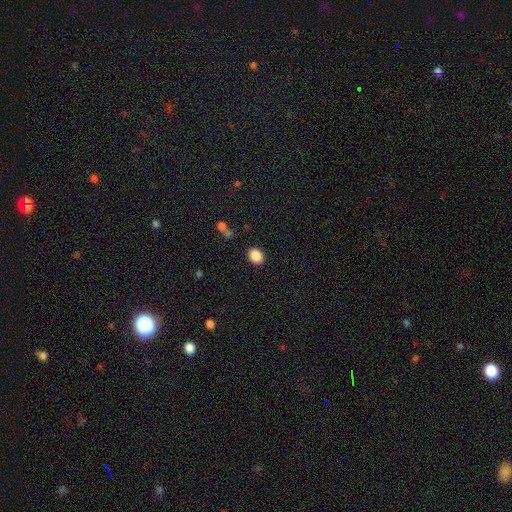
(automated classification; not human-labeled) Smooth or featured: smooth — 88% (star or artifact — 9%)
How rounded: in between — 51% (round — 48%)
Merging: none — 87% (minor disturbance — 8%)